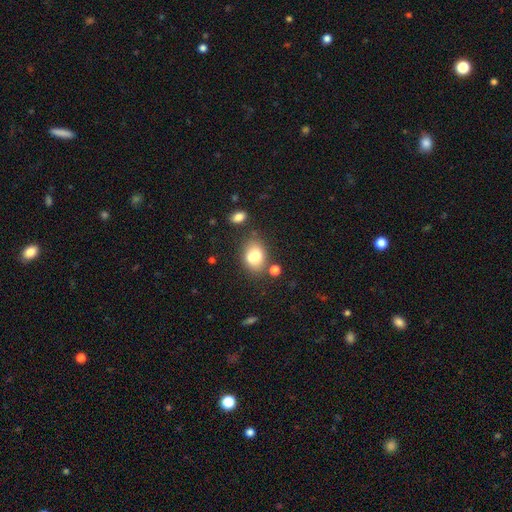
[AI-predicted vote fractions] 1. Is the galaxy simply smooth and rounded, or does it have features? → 71% smooth, 19% featured or disk, 11% star or artifact.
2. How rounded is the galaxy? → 66% in between, 32% round, 1% cigar-shaped.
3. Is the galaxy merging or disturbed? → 46% none, 32% merger, 15% minor disturbance, 6% major disturbance.